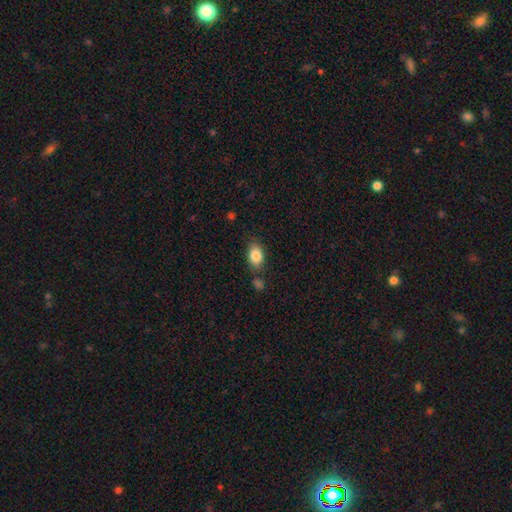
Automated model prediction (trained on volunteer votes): The model was most divided on "merging": none: 75%, minor disturbance: 15%, merger: 7%, major disturbance: 3%. More confident: smooth or featured — smooth (84%); how rounded — in between (83%).